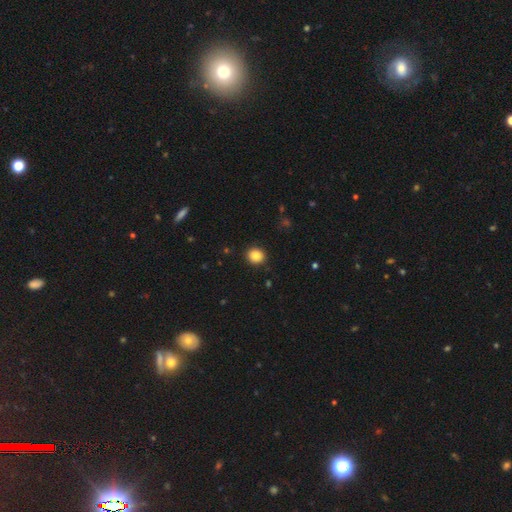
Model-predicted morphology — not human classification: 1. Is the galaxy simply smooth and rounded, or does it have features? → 86% smooth, 10% star or artifact, 4% featured or disk.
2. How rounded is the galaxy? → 86% round, 13% in between, 1% cigar-shaped.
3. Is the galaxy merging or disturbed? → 91% none, 6% minor disturbance, 2% major disturbance, 1% merger.